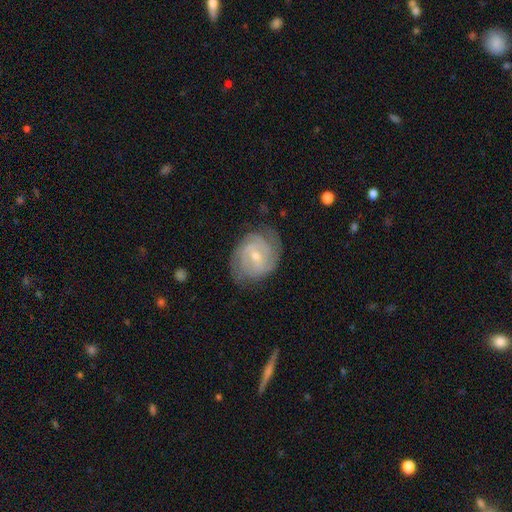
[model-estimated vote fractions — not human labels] Smooth or featured? Predicted: featured or disk (p=0.84). Edge-on disk? Predicted: no (p=0.97). Bar? Predicted: weak (p=0.52). Spiral arms? Predicted: yes (p=0.95). Spiral winding? Predicted: tight (p=0.65). Spiral arm count? Predicted: 2 (p=0.45). Bulge size? Predicted: small (p=0.54). Merging? Predicted: none (p=0.74).